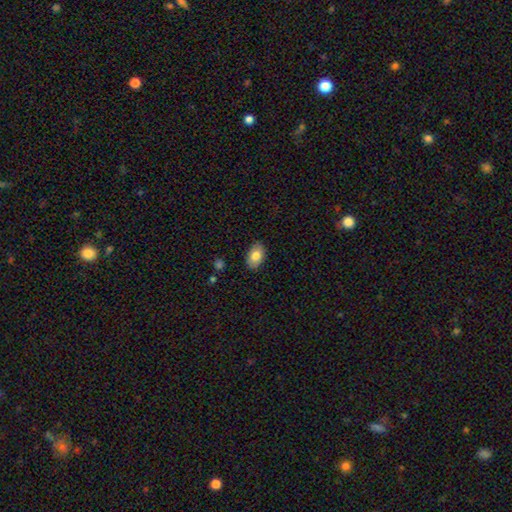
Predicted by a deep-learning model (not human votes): A smooth galaxy with no disk features (79%) that is in between round and cigar-shaped (89%).

Vote fractions:
- Smooth or featured? smooth: 79% / featured or disk: 14% / star or artifact: 7%
- How rounded? in between: 89% / round: 10% / cigar-shaped: 1%
- Merging? none: 86% / minor disturbance: 11% / major disturbance: 2% / merger: 1%